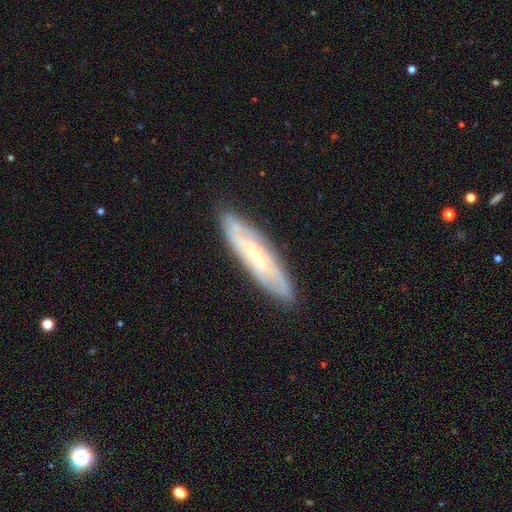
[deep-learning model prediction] Morphology: type=featured or disk (67%); edge-on=no (64%); merging=none (84%).